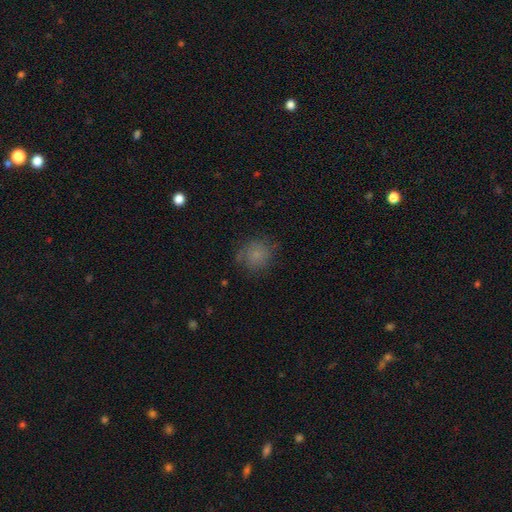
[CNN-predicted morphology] This is likely a smooth galaxy (73%). How rounded: clearly round (85%). Merging: likely none (69%).